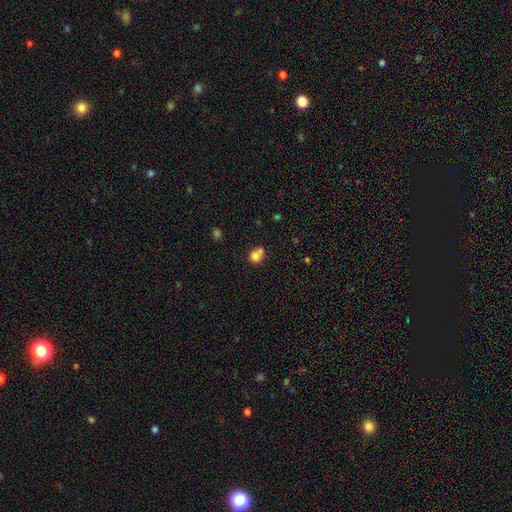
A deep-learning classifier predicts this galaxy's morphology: Smooth or featured?
  - smooth: 78% *
  - featured or disk: 11%
  - star or artifact: 11%
How rounded?
  - round: 71% *
  - in between: 28%
  - cigar-shaped: 1%
Merging?
  - none: 40% *
  - merger: 39%
  - minor disturbance: 15%
  - major disturbance: 6%